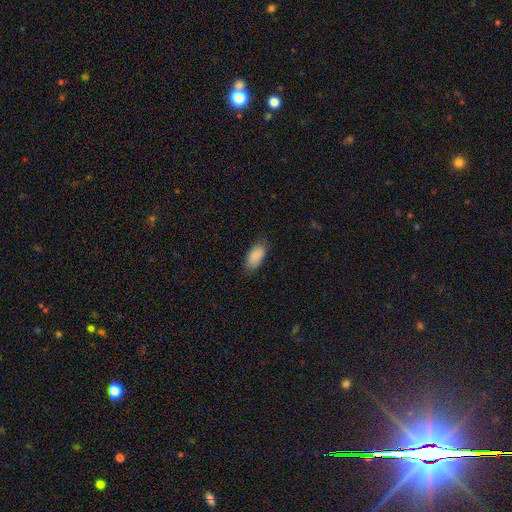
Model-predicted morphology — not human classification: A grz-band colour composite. It shows a smooth galaxy with no disk features (88%) that is in between round and cigar-shaped (92%). Merging: none (77%).